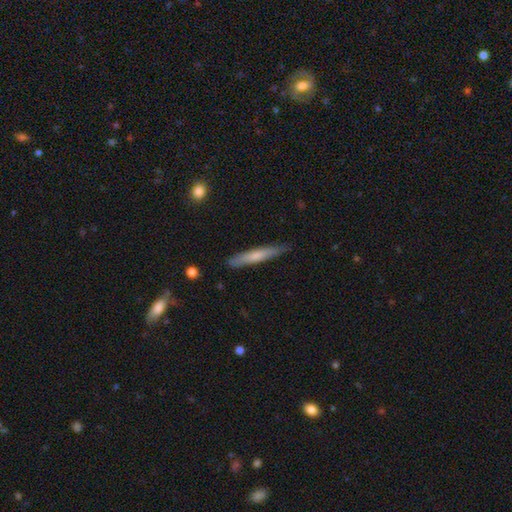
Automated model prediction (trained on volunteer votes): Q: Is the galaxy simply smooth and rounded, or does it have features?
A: smooth — 64%.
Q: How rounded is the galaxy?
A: cigar-shaped — 94%.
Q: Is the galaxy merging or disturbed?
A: none — 86%.